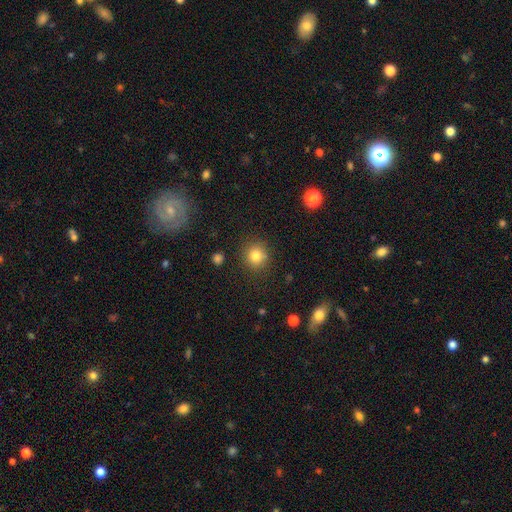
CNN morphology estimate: This is clearly a smooth galaxy (81%). How rounded: clearly round (89%). Merging: clearly none (84%).